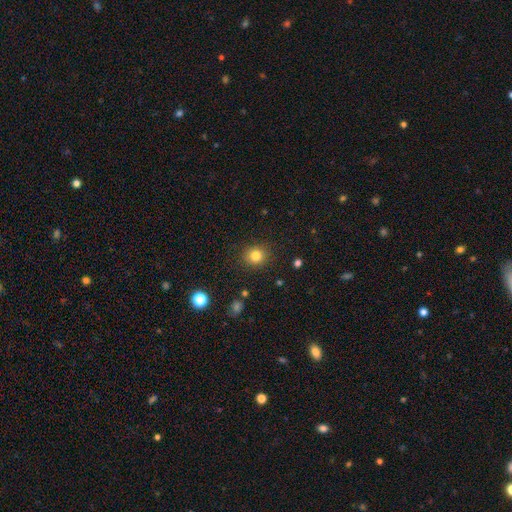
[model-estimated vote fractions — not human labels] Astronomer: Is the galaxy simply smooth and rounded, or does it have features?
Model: smooth — 82%.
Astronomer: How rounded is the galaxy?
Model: round — 85%.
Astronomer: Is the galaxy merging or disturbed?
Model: none — 89%.